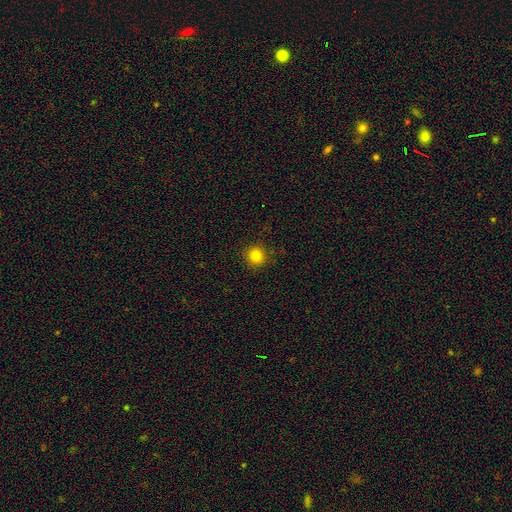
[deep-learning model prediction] smooth-or-featured: smooth: 83% | star or artifact: 12% | featured or disk: 4%
  how-rounded: round: 92% | in between: 7% | cigar-shaped: 1%
  merging: none: 90% | minor disturbance: 7% | major disturbance: 2% | merger: 1%